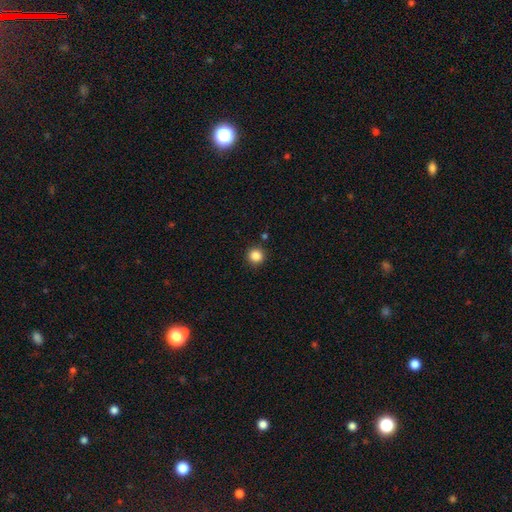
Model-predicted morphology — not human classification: Smooth or featured? smooth (86%)
How rounded? round (95%)
Merging? none (89%)